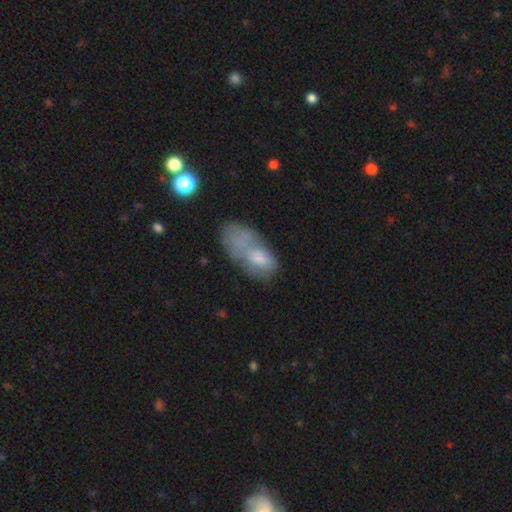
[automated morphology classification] smooth 62%, featured or disk 27%, star or artifact 10%. Down the decision tree: how rounded — in between (88%); merging — merger (31%).